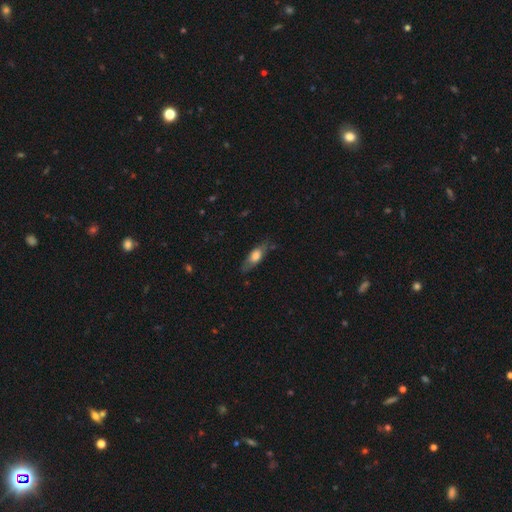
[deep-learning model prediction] The model was most divided on "smooth or featured": smooth: 60%, featured or disk: 33%, star or artifact: 7%. More confident: merging — none (70%); how rounded — in between (66%).